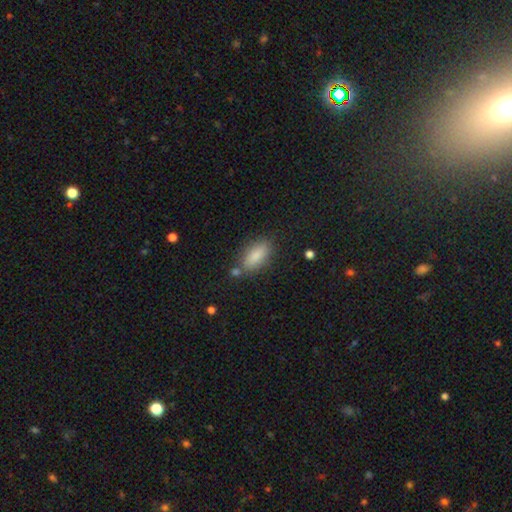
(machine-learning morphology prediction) Q: Smooth or featured?
A: smooth (84%); runner-up: featured or disk (8%)
Q: How rounded?
A: in between (79%); runner-up: cigar-shaped (18%)
Q: Merging?
A: none (75%); runner-up: minor disturbance (14%)